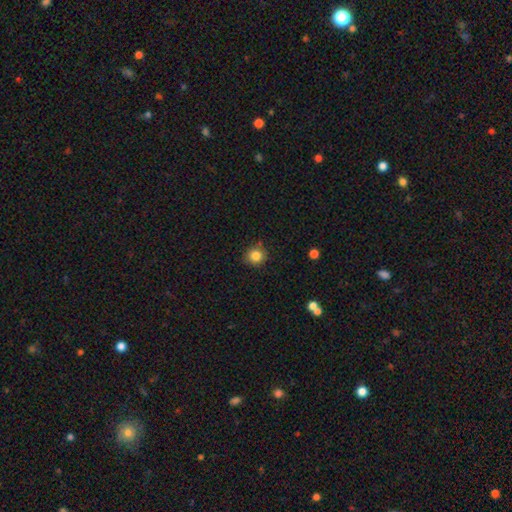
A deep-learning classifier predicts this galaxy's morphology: Smooth or featured? Predicted: smooth (p=0.84). How rounded? Predicted: round (p=0.89). Merging? Predicted: none (p=0.86).